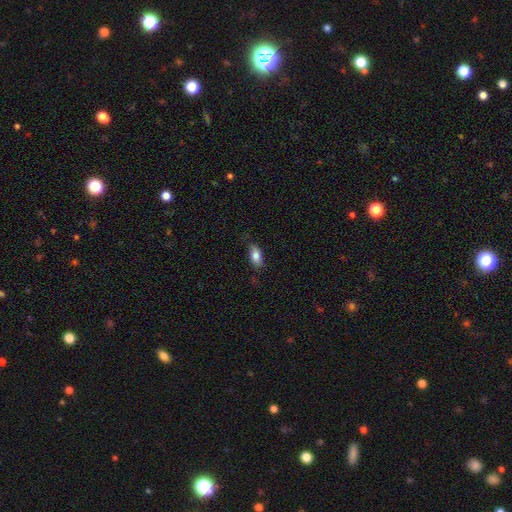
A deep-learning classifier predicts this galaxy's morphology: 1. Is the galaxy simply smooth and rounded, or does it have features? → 81% smooth, 12% featured or disk, 7% star or artifact.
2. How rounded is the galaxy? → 86% in between, 9% cigar-shaped, 5% round.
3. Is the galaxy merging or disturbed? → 75% none, 19% minor disturbance, 5% major disturbance, 1% merger.